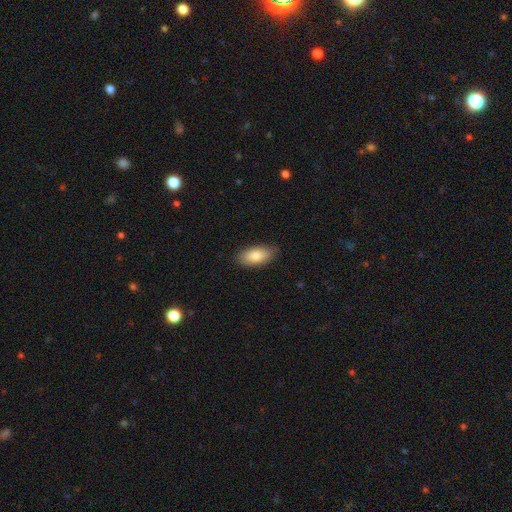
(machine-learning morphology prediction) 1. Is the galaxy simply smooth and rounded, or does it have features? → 84% smooth, 10% featured or disk, 6% star or artifact.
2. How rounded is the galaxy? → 90% in between, 7% cigar-shaped, 3% round.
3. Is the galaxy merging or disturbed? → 85% none, 12% minor disturbance, 2% major disturbance, 1% merger.